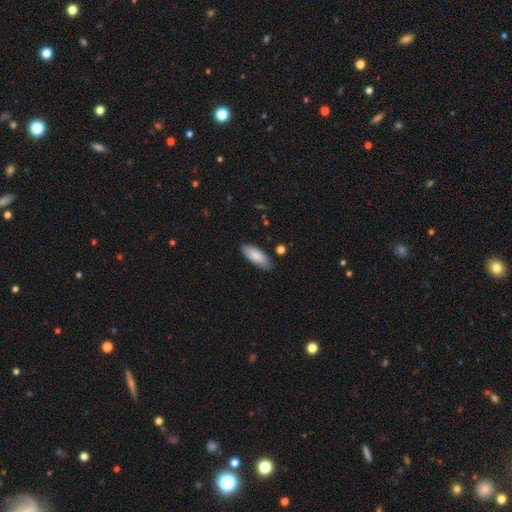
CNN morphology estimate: Q: Smooth or featured?
A: smooth (86%); runner-up: featured or disk (8%)
Q: How rounded?
A: in between (81%); runner-up: cigar-shaped (18%)
Q: Merging?
A: none (80%); runner-up: minor disturbance (16%)